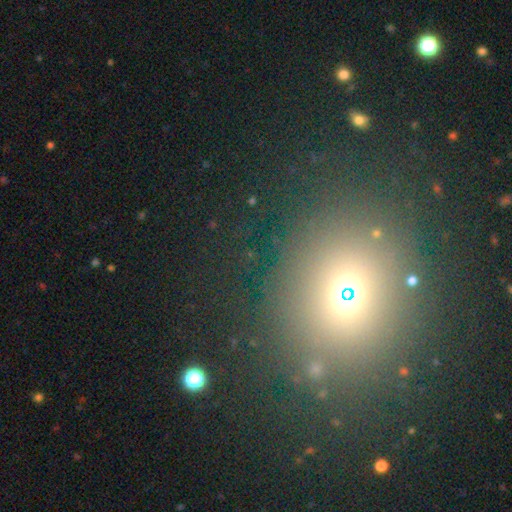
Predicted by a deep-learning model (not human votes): Q: Smooth or featured?
A: smooth (49%); runner-up: star or artifact (38%)
Q: Merging?
A: none (75%); runner-up: minor disturbance (11%)